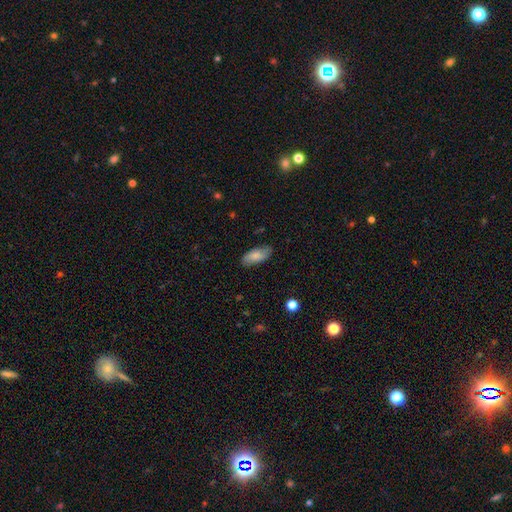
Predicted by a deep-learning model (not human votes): smooth-or-featured: smooth: 79% | featured or disk: 15% | star or artifact: 6%
  how-rounded: in between: 89% | cigar-shaped: 9% | round: 2%
  merging: none: 82% | minor disturbance: 14% | major disturbance: 3% | merger: 1%